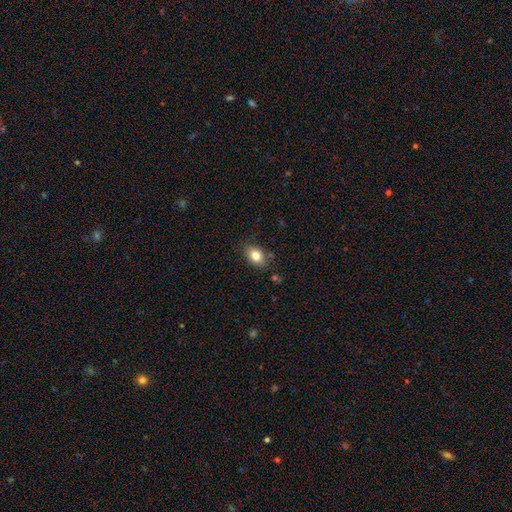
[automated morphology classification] The model was most divided on "how rounded": in between: 76%, round: 22%, cigar-shaped: 1%. More confident: smooth or featured — smooth (82%); merging — none (80%).